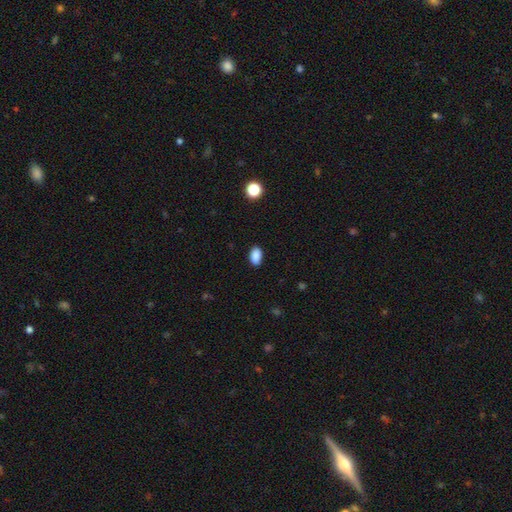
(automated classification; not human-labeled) smooth_or_featured: smooth (p=0.88) [alt: star or artifact p=0.08]
how_rounded: in between (p=0.91) [alt: round p=0.08]
merging: none (p=0.86) [alt: minor disturbance p=0.11]